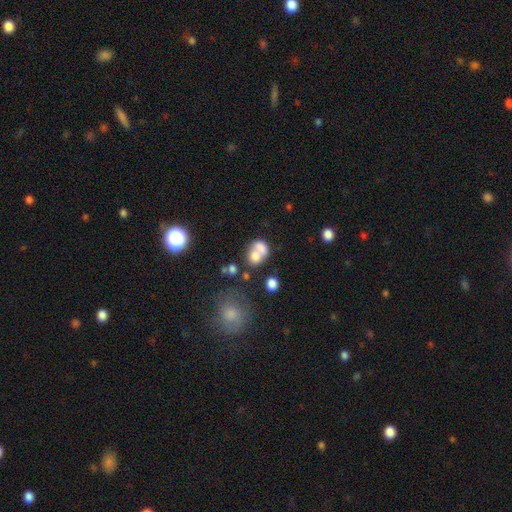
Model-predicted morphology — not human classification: The model was most divided on "how rounded": in between: 53%, round: 46%, cigar-shaped: 1%. More confident: smooth or featured — smooth (68%); merging — merger (60%).